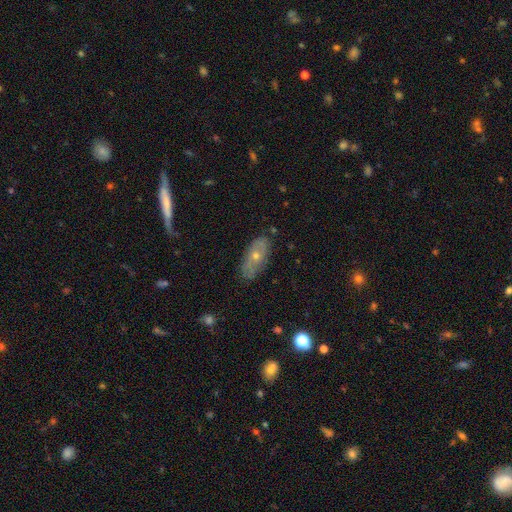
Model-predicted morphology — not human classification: type=featured or disk (50%); merging=none (75%).